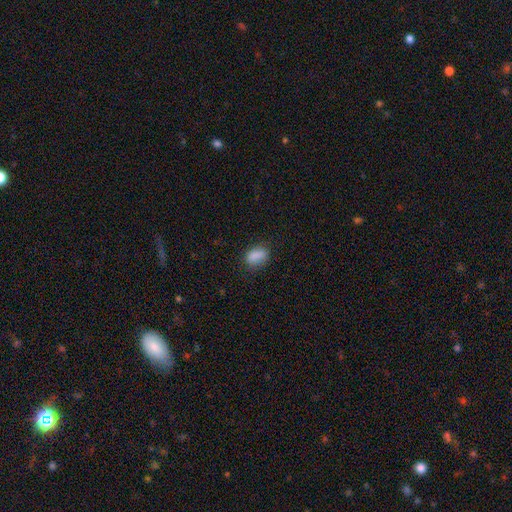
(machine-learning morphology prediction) smooth_or_featured: smooth (p=0.86) [alt: star or artifact p=0.09]
how_rounded: in between (p=0.85) [alt: round p=0.11]
merging: none (p=0.74) [alt: minor disturbance p=0.19]